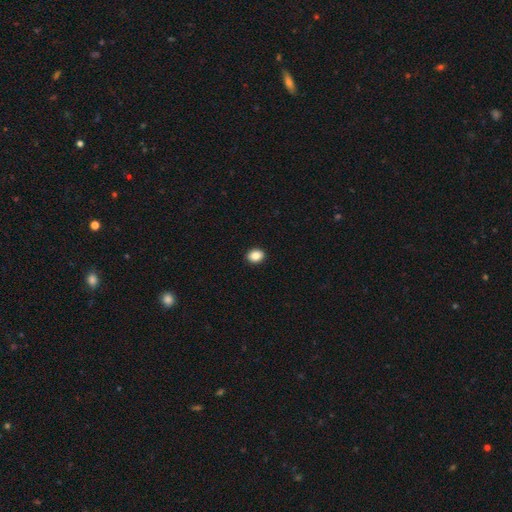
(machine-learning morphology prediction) Overall: smooth (87%). How rounded: in between (55%; round 44%). Merging: none (92%).